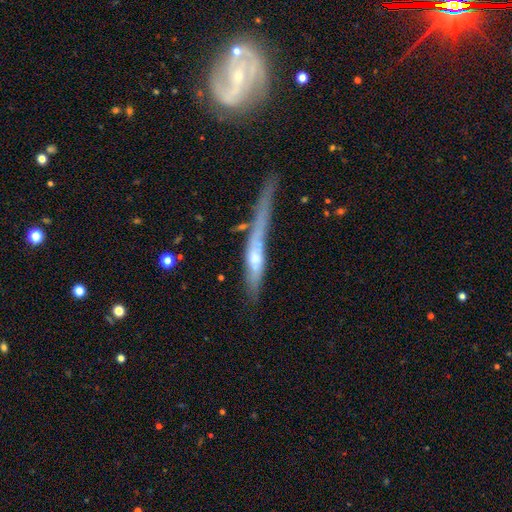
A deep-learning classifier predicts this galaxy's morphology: A featured or disk galaxy (58%) viewed edge-on (89%) with a rounded central bulge (52%).

Vote fractions:
- Smooth or featured? featured or disk: 58% / smooth: 35% / star or artifact: 7%
- Edge-on disk? yes: 89% / no: 11%
- Edge-on bulge? rounded: 52% / none: 39% / boxy: 9%
- Merging? none: 51% / minor disturbance: 27% / major disturbance: 13% / merger: 9%